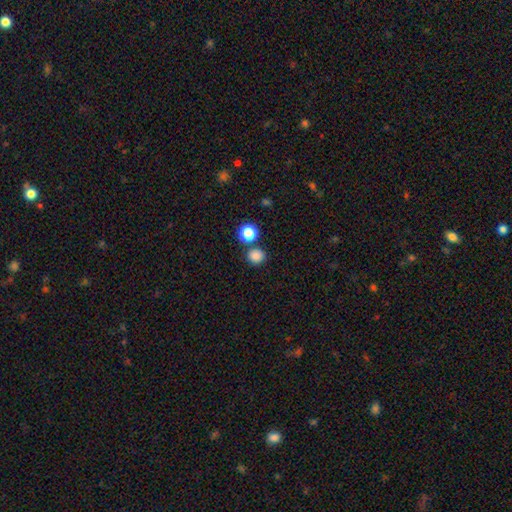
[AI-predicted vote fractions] Morphology: type=smooth (84%); roundness=round (87%); merging=none (78%).